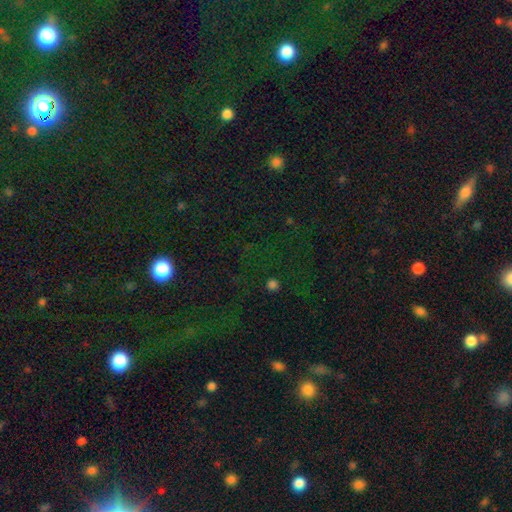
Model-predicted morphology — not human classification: The model was most divided on "smooth or featured": star or artifact: 67%, smooth: 23%, featured or disk: 10%.